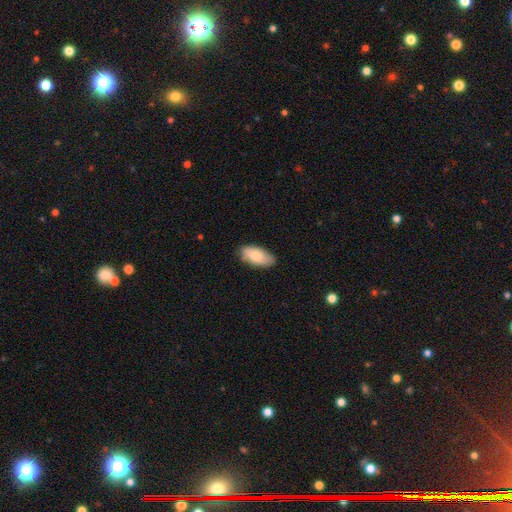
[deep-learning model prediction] A smooth galaxy with no disk features (80%) that is in between round and cigar-shaped (91%).

Vote fractions:
- Smooth or featured? smooth: 80% / featured or disk: 15% / star or artifact: 6%
- How rounded? in between: 91% / cigar-shaped: 7% / round: 2%
- Merging? none: 81% / minor disturbance: 15% / major disturbance: 2% / merger: 1%